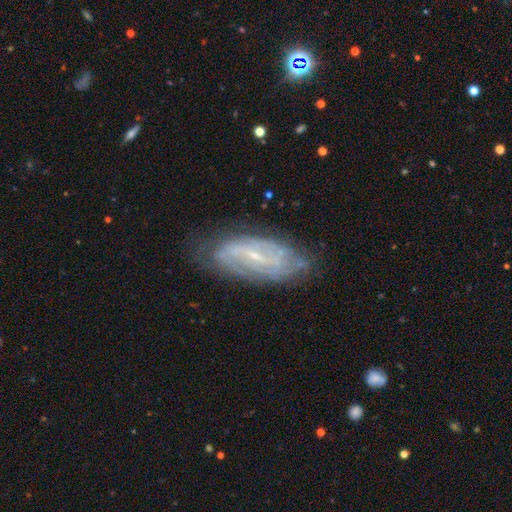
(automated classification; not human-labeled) smooth_or_featured: featured or disk (p=0.78) [alt: smooth p=0.15]
disk_edge_on: no (p=0.90) [alt: yes p=0.10]
bar: weak (p=0.45) [alt: strong p=0.34]
has_spiral_arms: yes (p=0.85) [alt: no p=0.15]
spiral_winding: tight (p=0.42) [alt: medium p=0.38]
spiral_arm_count: 2 (p=0.46) [alt: can't tell p=0.36]
bulge_size: small (p=0.78) [alt: moderate p=0.14]
merging: none (p=0.72) [alt: minor disturbance p=0.20]